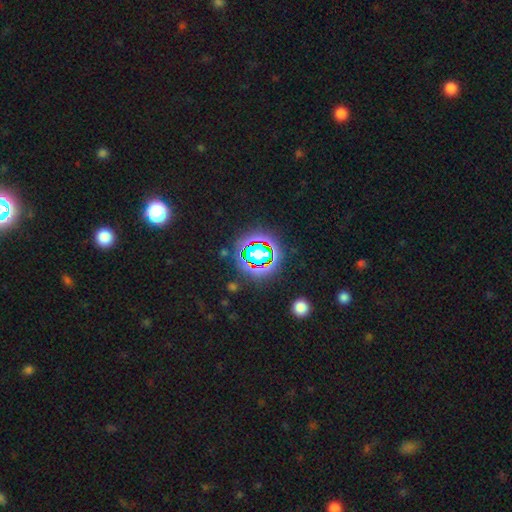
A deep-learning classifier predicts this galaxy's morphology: Smooth or featured? star or artifact (80%)